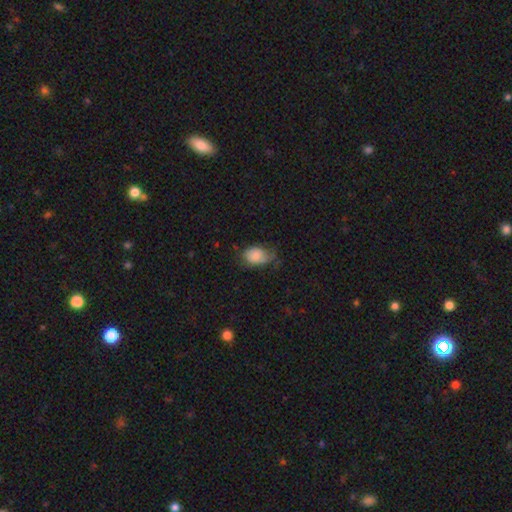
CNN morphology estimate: smooth-or-featured: smooth: 75% | featured or disk: 17% | star or artifact: 8%
  how-rounded: in between: 82% | round: 17% | cigar-shaped: 1%
  merging: none: 44% | minor disturbance: 38% | major disturbance: 16% | merger: 2%